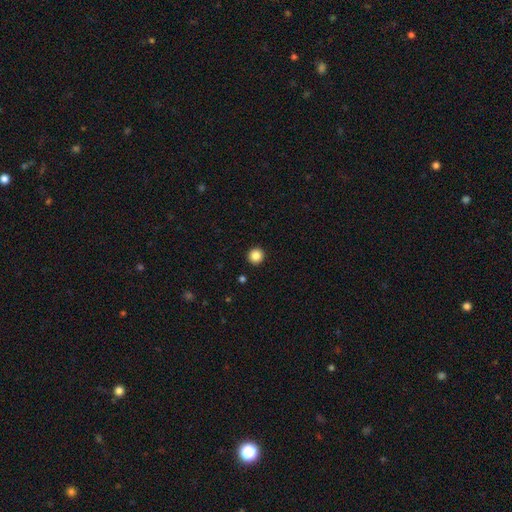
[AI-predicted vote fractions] This is clearly a smooth galaxy (86%). How rounded: clearly round (96%). Merging: clearly none (94%).